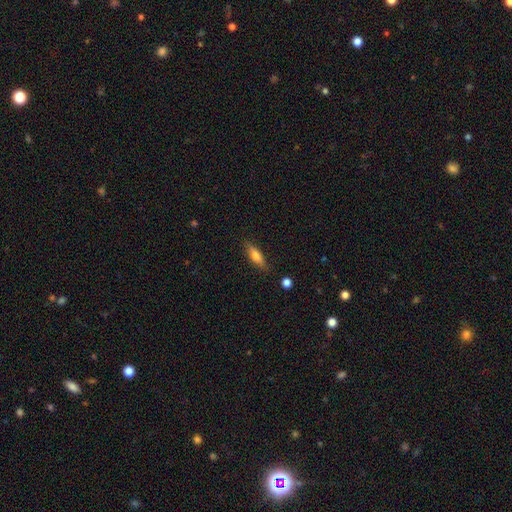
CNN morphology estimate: Smooth or featured? smooth (68%)
How rounded? cigar-shaped (53%)
Merging? none (83%)